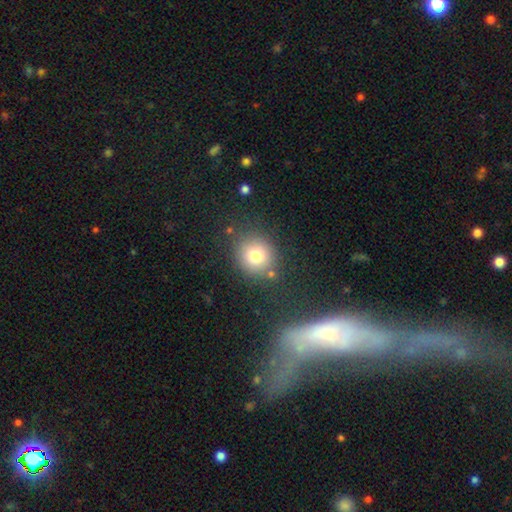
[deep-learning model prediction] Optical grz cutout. It shows a smooth galaxy with no disk features (77%) that is round (84%). Merging: none (80%).